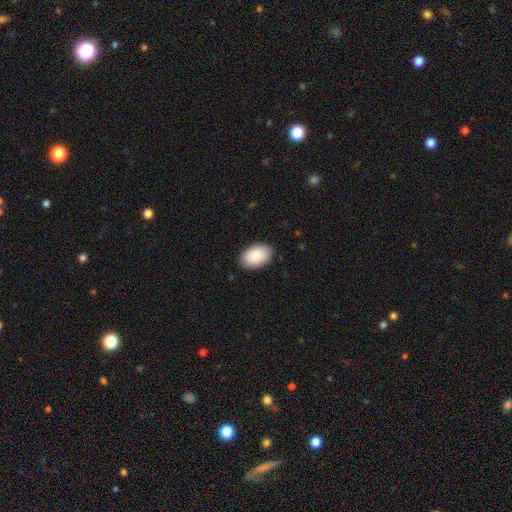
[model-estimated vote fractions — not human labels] Smooth or featured? Predicted: smooth (p=0.90). How rounded? Predicted: in between (p=0.93). Merging? Predicted: none (p=0.87).